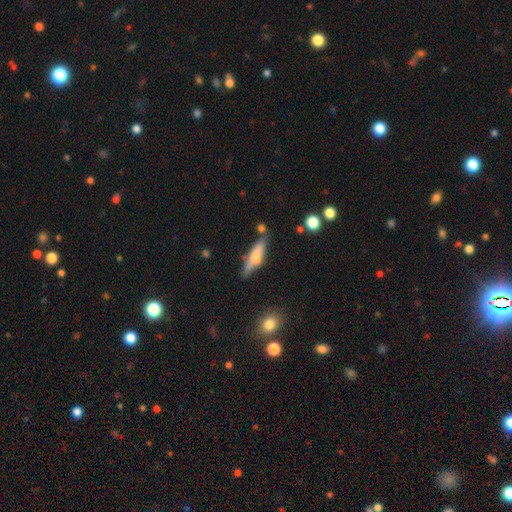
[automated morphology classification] type=smooth (60%); roundness=cigar-shaped (68%); merging=none (62%).